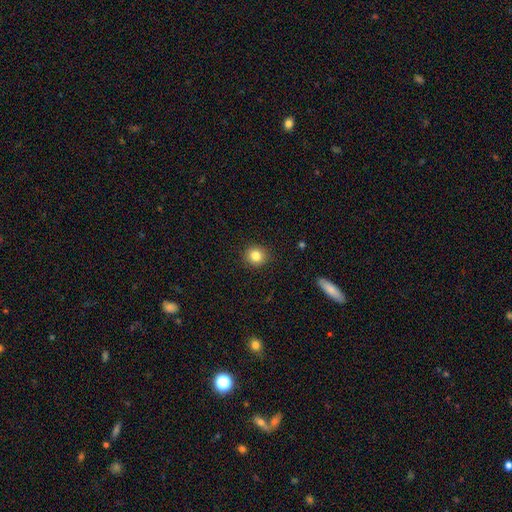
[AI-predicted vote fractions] A smooth galaxy with no disk features (83%) that is round (88%). Merging: none (91%).